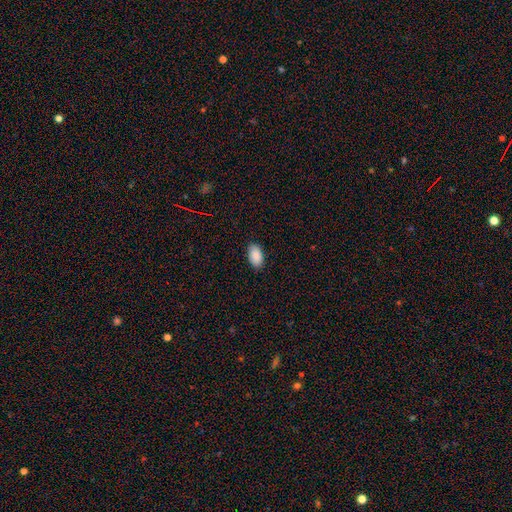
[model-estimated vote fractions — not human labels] A smooth galaxy with no disk features (90%) that is in between round and cigar-shaped (95%). Merging: none (88%).